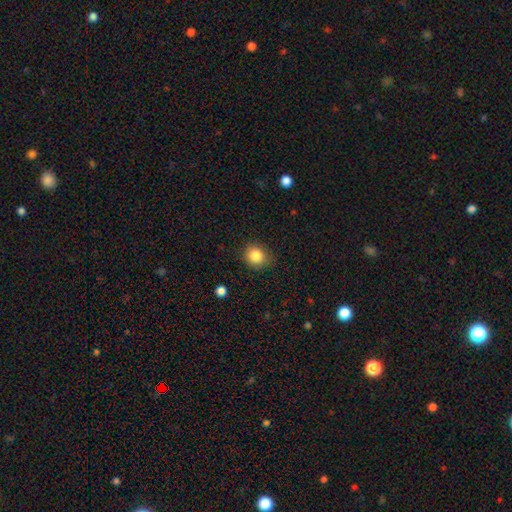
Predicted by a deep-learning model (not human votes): Smooth or featured? Predicted: smooth (p=0.85). How rounded? Predicted: round (p=0.77). Merging? Predicted: none (p=0.84).